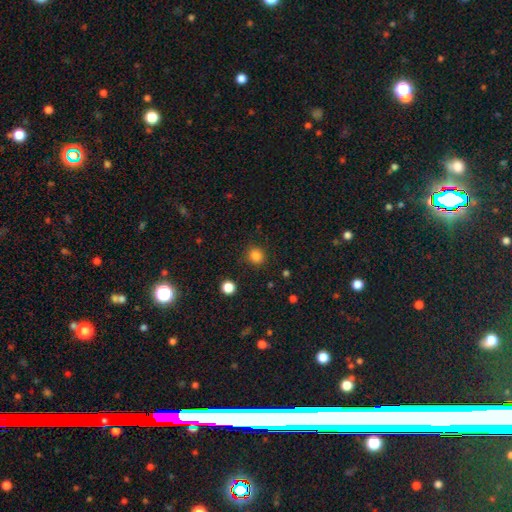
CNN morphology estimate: A smooth galaxy with no disk features (84%) that is round (87%).

Vote fractions:
- Smooth or featured? smooth: 84% / star or artifact: 12% / featured or disk: 4%
- How rounded? round: 87% / in between: 12% / cigar-shaped: 1%
- Merging? none: 88% / minor disturbance: 8% / major disturbance: 3% / merger: 1%